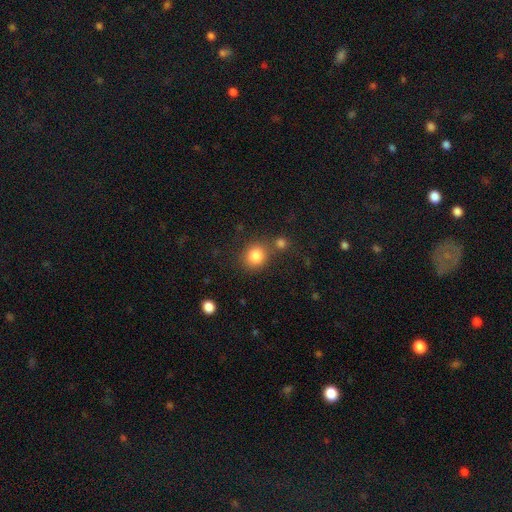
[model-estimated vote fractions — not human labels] The model was most divided on "merging": none: 70%, merger: 15%, minor disturbance: 11%, major disturbance: 4%. More confident: smooth or featured — smooth (83%); how rounded — round (81%).